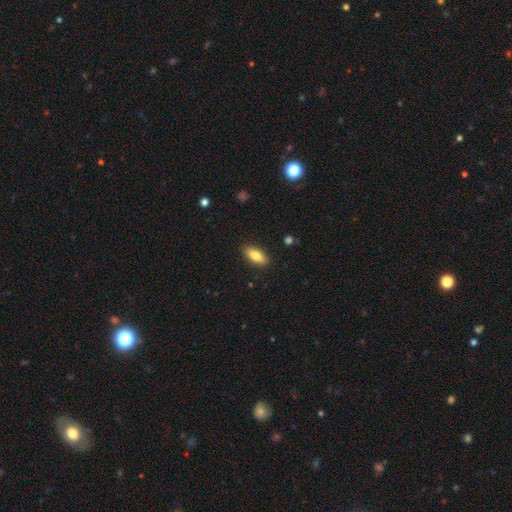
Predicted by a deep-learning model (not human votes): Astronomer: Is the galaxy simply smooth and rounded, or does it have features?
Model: smooth — 82%.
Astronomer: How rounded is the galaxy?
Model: in between — 83%.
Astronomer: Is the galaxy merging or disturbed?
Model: none — 88%.